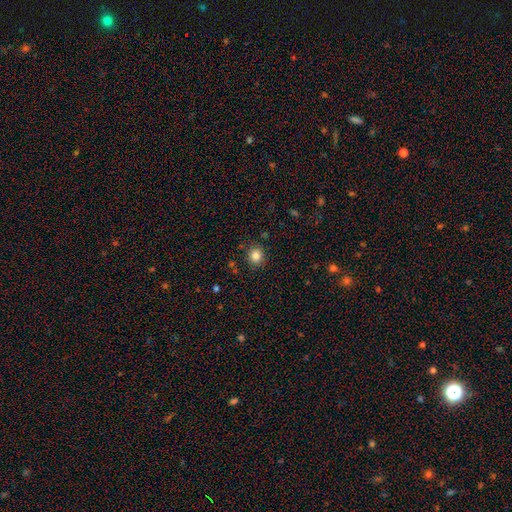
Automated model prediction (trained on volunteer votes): The model was most divided on "how rounded": round: 85%, in between: 14%, cigar-shaped: 1%. More confident: merging — none (88%); smooth or featured — smooth (83%).